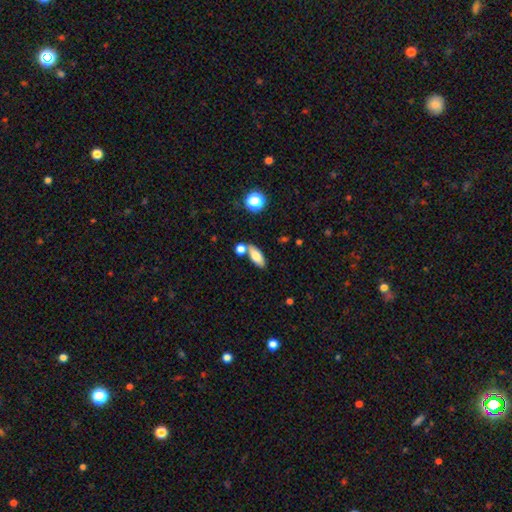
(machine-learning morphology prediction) type=smooth (77%); roundness=in between (81%); merging=none (59%).